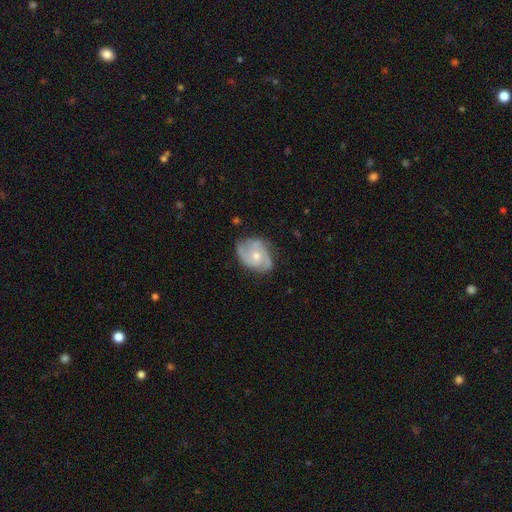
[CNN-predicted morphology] Q: Smooth or featured?
A: featured or disk (75%); runner-up: smooth (19%)
Q: Edge-on disk?
A: no (97%); runner-up: yes (3%)
Q: Bar?
A: no (74%); runner-up: weak (23%)
Q: Spiral arms?
A: yes (91%); runner-up: no (9%)
Q: Spiral winding?
A: medium (46%); runner-up: tight (37%)
Q: Spiral arm count?
A: 2 (40%); runner-up: 3 (34%)
Q: Bulge size?
A: moderate (59%); runner-up: small (37%)
Q: Merging?
A: none (66%); runner-up: minor disturbance (25%)